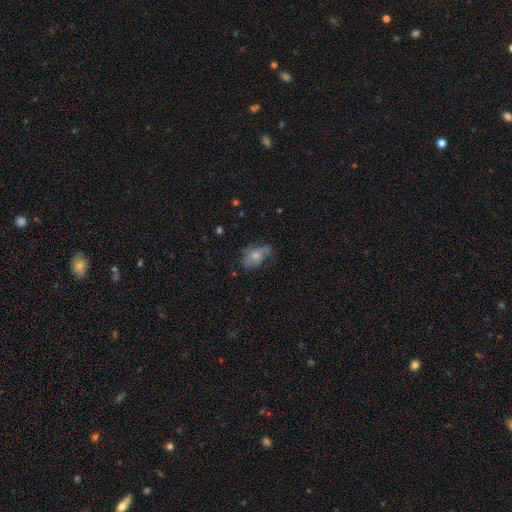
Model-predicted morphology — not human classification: Smooth or featured? Predicted: smooth (p=0.57). How rounded? Predicted: in between (p=0.85). Merging? Predicted: none (p=0.47).